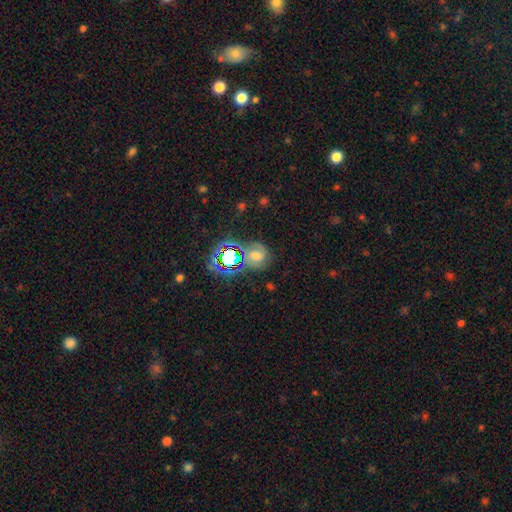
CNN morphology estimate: Smooth or featured? Predicted: smooth (p=0.36). Merging? Predicted: none (p=0.61).